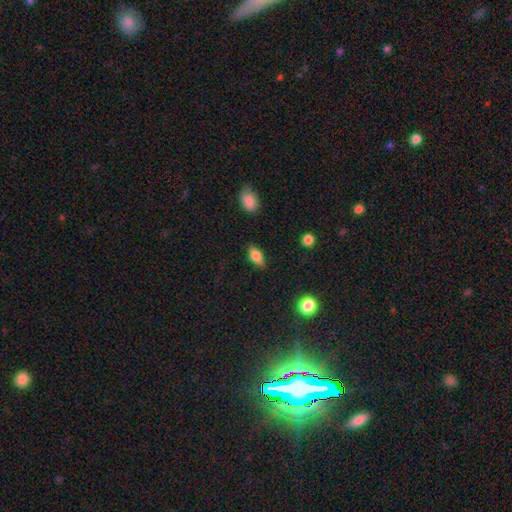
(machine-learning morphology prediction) Smooth or featured? smooth (74%)
How rounded? in between (84%)
Merging? none (82%)